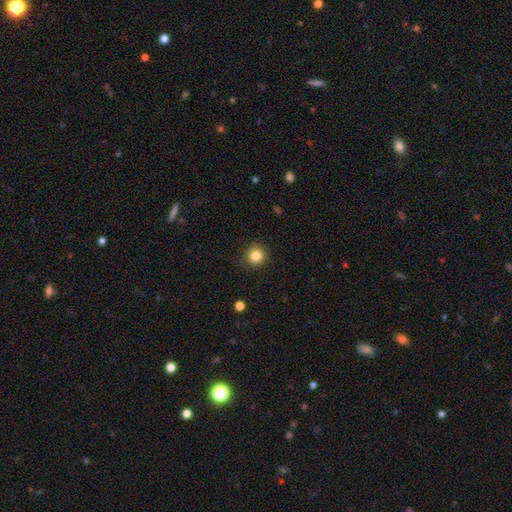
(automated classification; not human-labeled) smooth_or_featured: smooth (p=0.84) [alt: star or artifact p=0.11]
how_rounded: round (p=0.93) [alt: in between p=0.06]
merging: none (p=0.89) [alt: minor disturbance p=0.07]